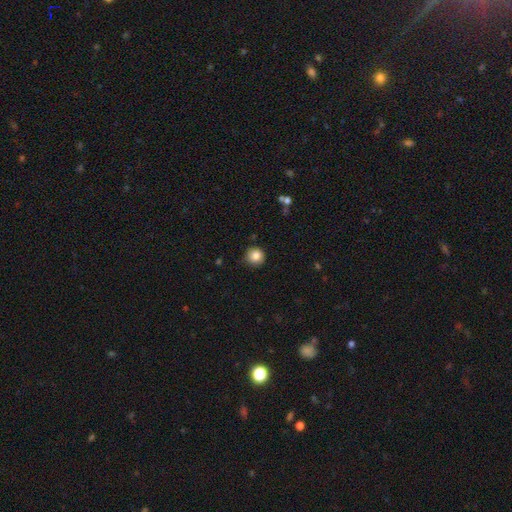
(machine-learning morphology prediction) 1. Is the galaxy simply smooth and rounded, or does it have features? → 85% smooth, 10% star or artifact, 5% featured or disk.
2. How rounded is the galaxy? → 93% round, 6% in between, 1% cigar-shaped.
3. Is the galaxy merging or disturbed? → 85% none, 11% minor disturbance, 2% major disturbance, 1% merger.